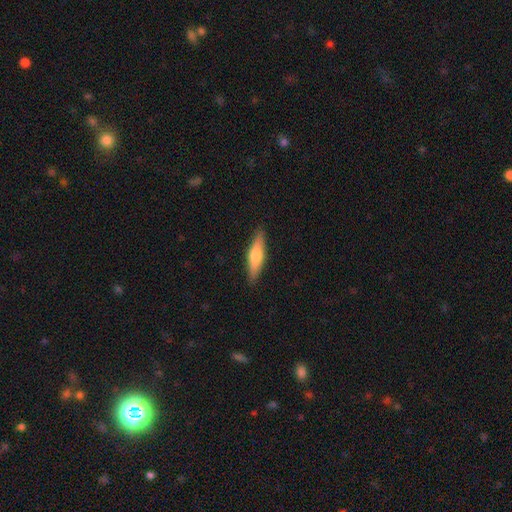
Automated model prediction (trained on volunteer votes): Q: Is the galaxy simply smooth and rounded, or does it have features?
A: smooth — 55%.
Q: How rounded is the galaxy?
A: cigar-shaped — 68%.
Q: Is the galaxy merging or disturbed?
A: none — 88%.